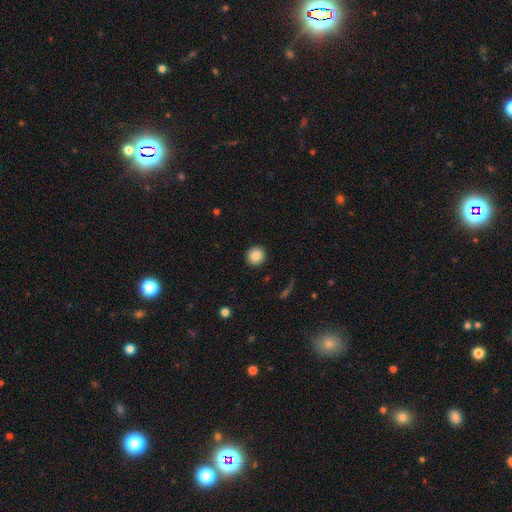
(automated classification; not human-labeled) Q: Smooth or featured?
A: smooth (86%); runner-up: star or artifact (9%)
Q: How rounded?
A: round (94%); runner-up: in between (5%)
Q: Merging?
A: none (92%); runner-up: minor disturbance (5%)